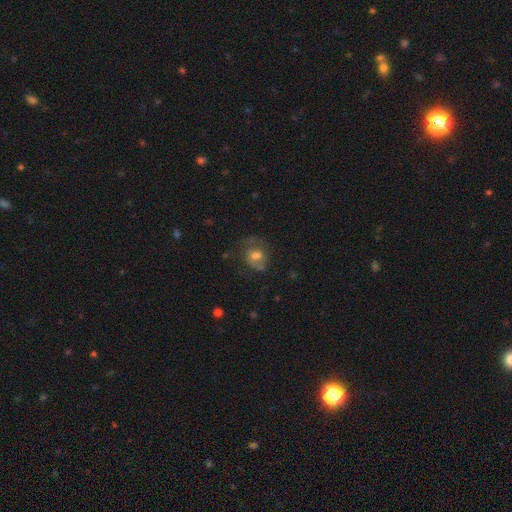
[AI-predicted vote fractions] Morphology: type=smooth (53%); roundness=round (58%); merging=none (46%).